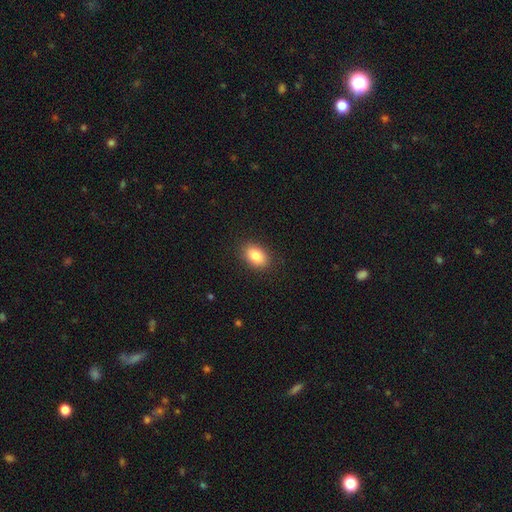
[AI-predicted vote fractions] smooth 84%, featured or disk 8%, star or artifact 8%. Down the decision tree: how rounded — in between (86%); merging — none (89%).